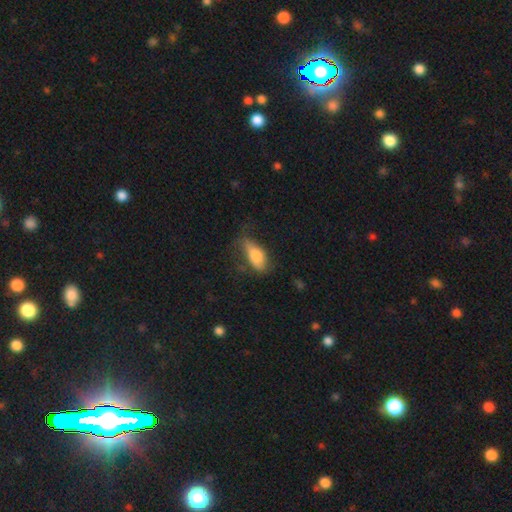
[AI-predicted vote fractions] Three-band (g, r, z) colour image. It shows a smooth galaxy with no disk features (76%) that is in between round and cigar-shaped (83%). Merging: none (45%).